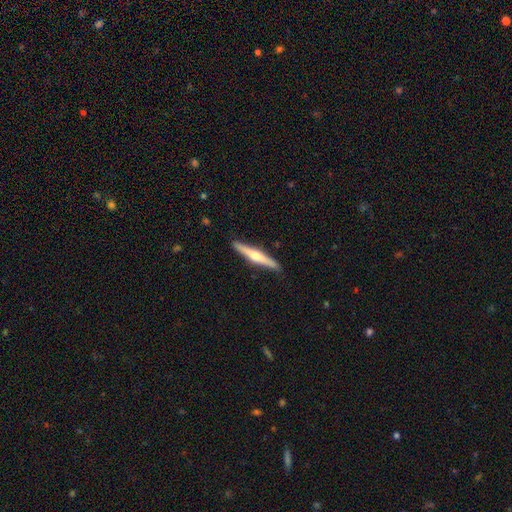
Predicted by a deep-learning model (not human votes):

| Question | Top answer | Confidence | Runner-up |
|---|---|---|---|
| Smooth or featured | featured or disk | 61% | smooth (34%) |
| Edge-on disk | yes | 97% | no (3%) |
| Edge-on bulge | rounded | 86% | none (9%) |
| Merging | none | 90% | minor disturbance (7%) |